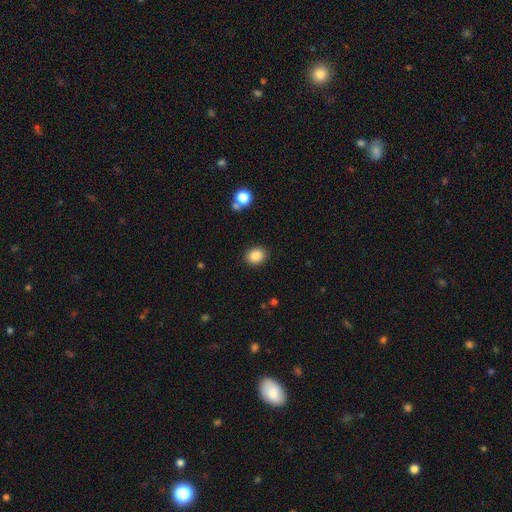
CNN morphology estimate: A smooth galaxy with no disk features (87%) that is round (53%).

Vote fractions:
- Smooth or featured? smooth: 87% / star or artifact: 9% / featured or disk: 4%
- How rounded? round: 53% / in between: 46% / cigar-shaped: 1%
- Merging? none: 88% / minor disturbance: 8% / major disturbance: 3% / merger: 2%